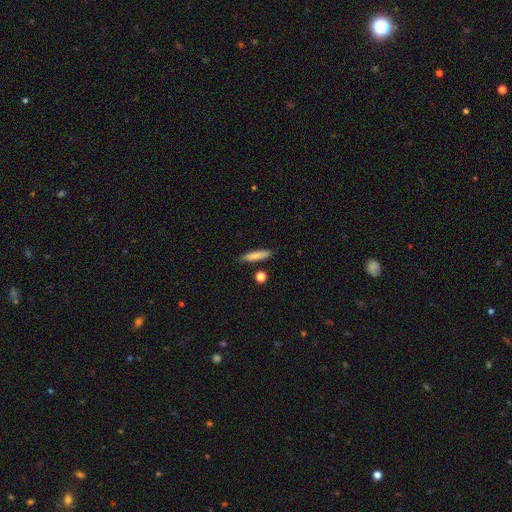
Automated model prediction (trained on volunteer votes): A smooth galaxy with no disk features (79%) that is cigar-shaped (78%).

Vote fractions:
- Smooth or featured? smooth: 79% / featured or disk: 14% / star or artifact: 7%
- How rounded? cigar-shaped: 78% / in between: 20% / round: 2%
- Merging? none: 85% / minor disturbance: 10% / merger: 3% / major disturbance: 2%